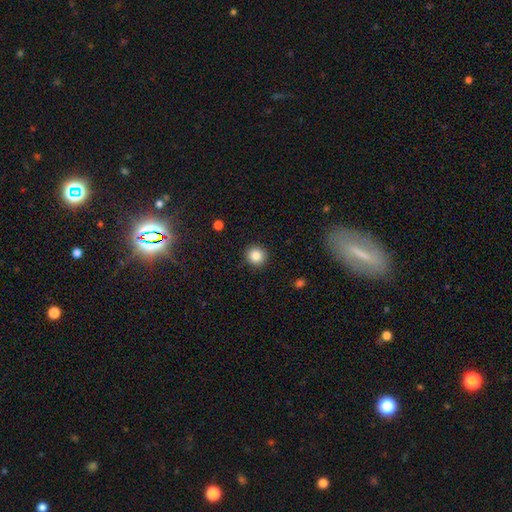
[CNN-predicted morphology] This is clearly a smooth galaxy (86%). How rounded: clearly round (94%). Merging: clearly none (92%).